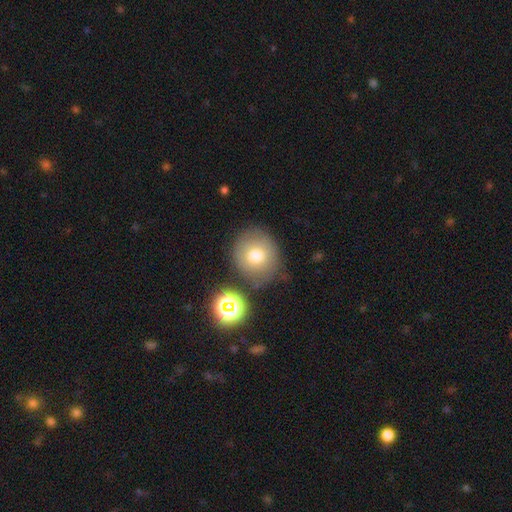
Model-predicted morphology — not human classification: Overall: smooth (74%). How rounded: round (85%). Merging: none (73%).